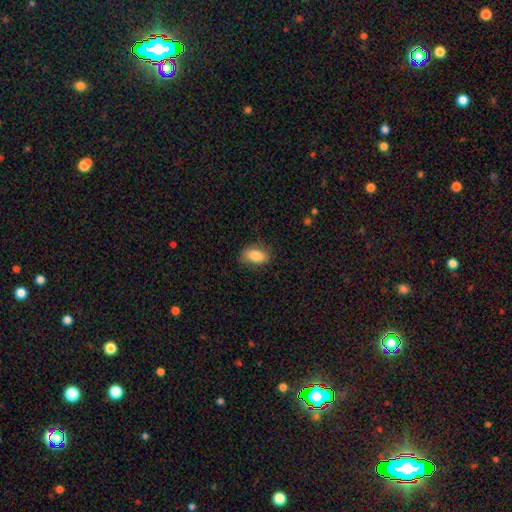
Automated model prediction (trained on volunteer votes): A smooth galaxy with no disk features (84%) that is in between round and cigar-shaped (89%). Merging: none (81%).